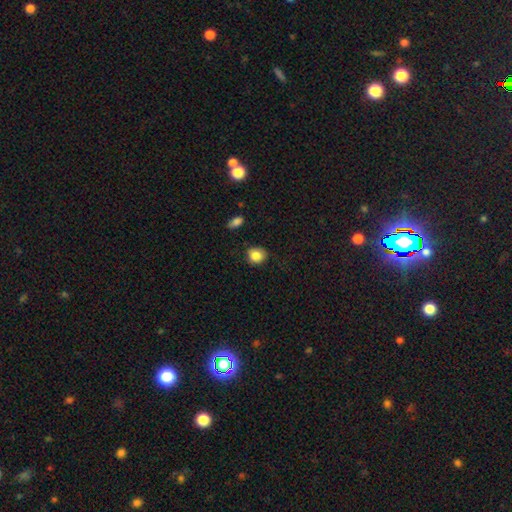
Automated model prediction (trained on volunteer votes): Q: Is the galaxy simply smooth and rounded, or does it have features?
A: smooth — 85%.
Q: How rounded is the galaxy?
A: round — 78%.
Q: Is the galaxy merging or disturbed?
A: none — 80%.